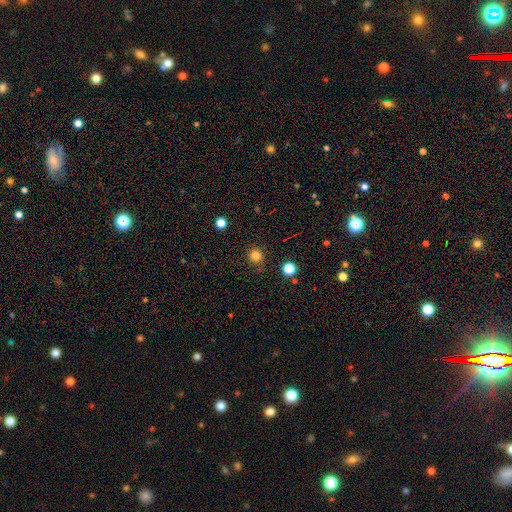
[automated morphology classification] Overall: smooth (81%). How rounded: round (94%). Merging: none (88%).